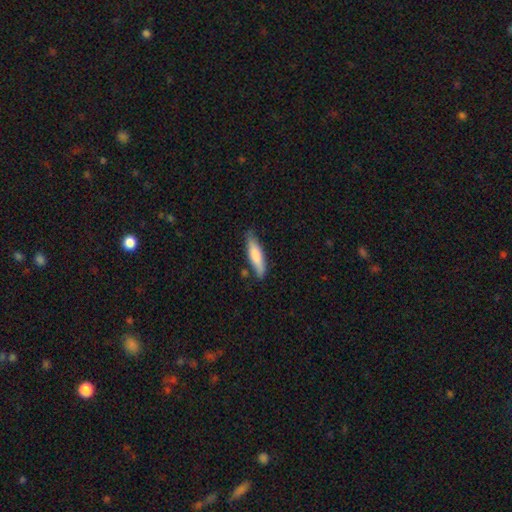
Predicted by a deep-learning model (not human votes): Morphology: type=smooth (76%); roundness=cigar-shaped (73%); merging=none (76%).